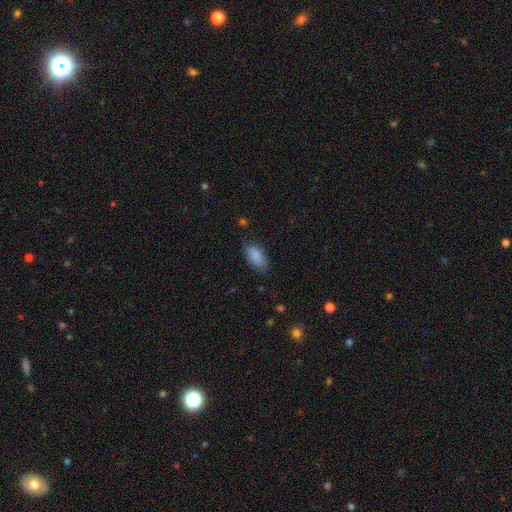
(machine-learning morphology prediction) type=smooth (84%); roundness=in between (90%); merging=none (70%).